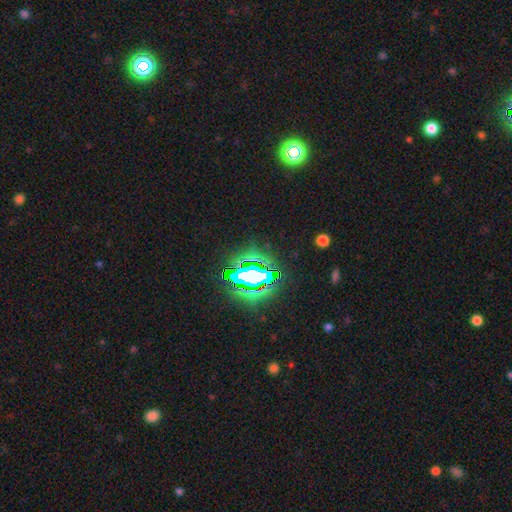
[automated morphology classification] star or artifact 82%, smooth 11%, featured or disk 8%.